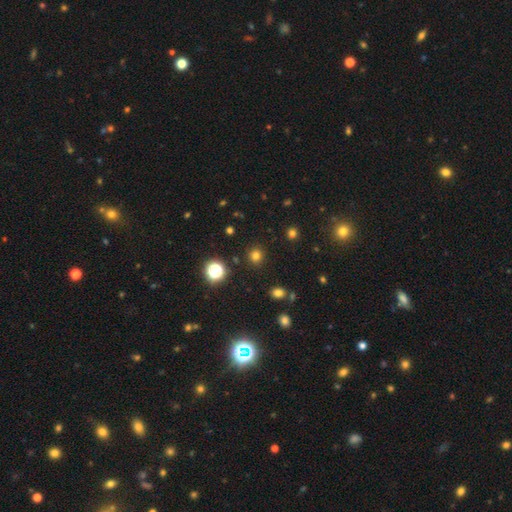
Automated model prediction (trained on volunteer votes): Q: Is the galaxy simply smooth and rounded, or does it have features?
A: smooth — 75%.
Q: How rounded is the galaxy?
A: round — 90%.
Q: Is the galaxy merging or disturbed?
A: none — 89%.